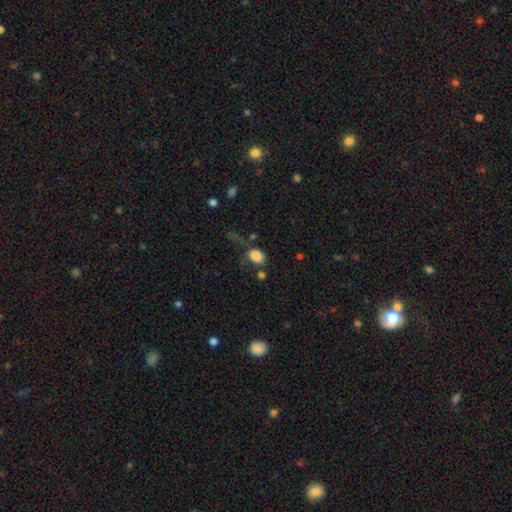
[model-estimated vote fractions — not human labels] The model was most divided on "merging": none: 38%, major disturbance: 29%, minor disturbance: 21%, merger: 12%. More confident: smooth or featured — smooth (82%); how rounded — in between (69%).